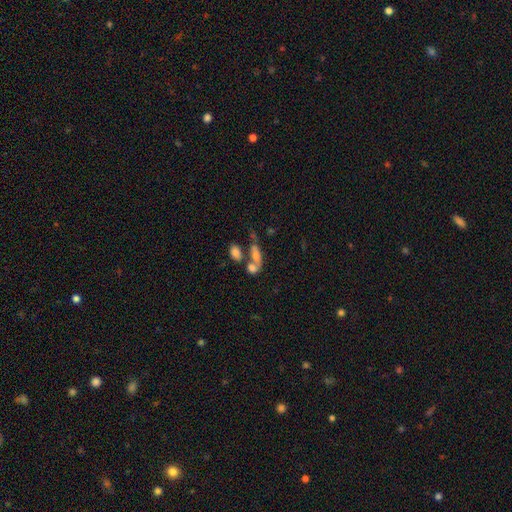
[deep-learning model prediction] smooth_or_featured: smooth (p=0.65) [alt: featured or disk p=0.24]
how_rounded: in between (p=0.72) [alt: cigar-shaped p=0.18]
merging: merger (p=0.50) [alt: none p=0.31]